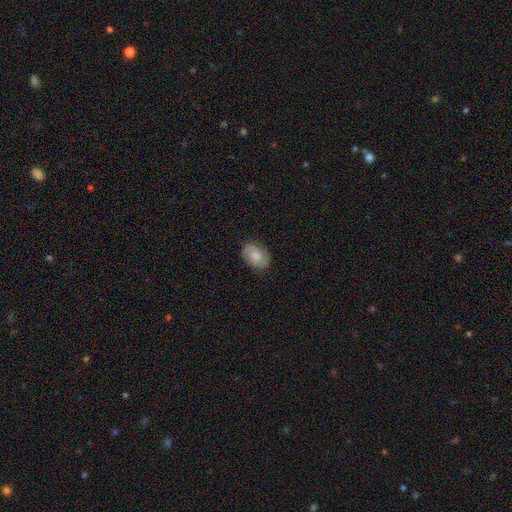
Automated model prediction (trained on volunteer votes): smooth_or_featured: featured or disk (p=0.52) [alt: smooth p=0.40]
disk_edge_on: no (p=0.96) [alt: yes p=0.04]
bar: no (p=0.69) [alt: weak p=0.28]
has_spiral_arms: yes (p=0.90) [alt: no p=0.10]
bulge_size: moderate (p=0.54) [alt: small p=0.29]
merging: none (p=0.83) [alt: minor disturbance p=0.13]